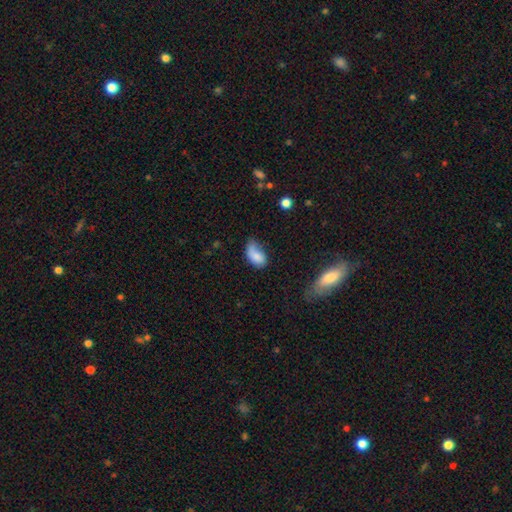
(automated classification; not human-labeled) Q: Smooth or featured?
A: smooth (78%); runner-up: featured or disk (14%)
Q: How rounded?
A: in between (92%); runner-up: round (6%)
Q: Merging?
A: minor disturbance (38%); runner-up: none (36%)